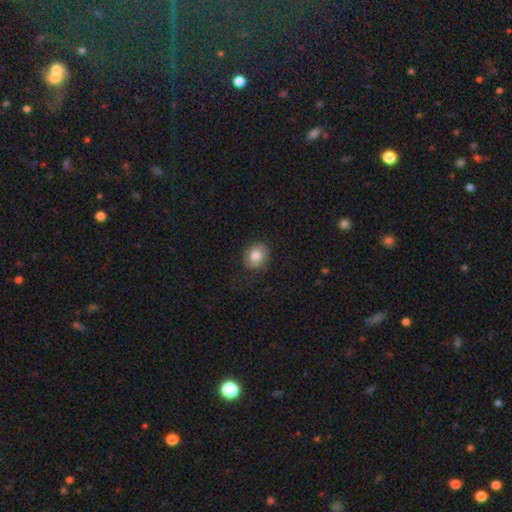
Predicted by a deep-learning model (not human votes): smooth_or_featured: smooth (p=0.84) [alt: star or artifact p=0.08]
how_rounded: round (p=0.70) [alt: in between p=0.29]
merging: none (p=0.81) [alt: minor disturbance p=0.13]